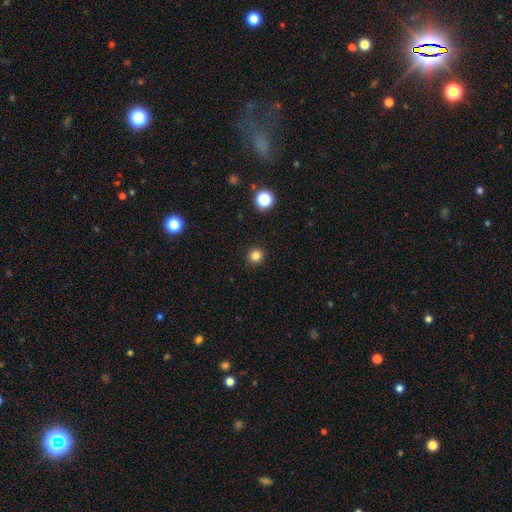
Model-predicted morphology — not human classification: This appears to be a smooth galaxy with no disk features (82%) that is round (93%). Merging: none (92%).